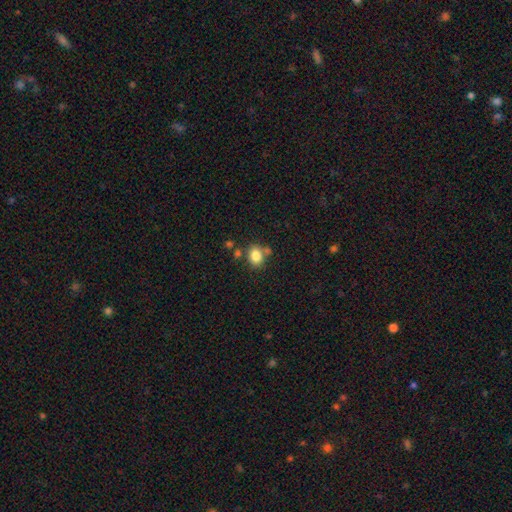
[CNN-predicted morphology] Q: Smooth or featured?
A: smooth (82%); runner-up: star or artifact (10%)
Q: How rounded?
A: in between (51%); runner-up: round (48%)
Q: Merging?
A: none (65%); runner-up: merger (16%)